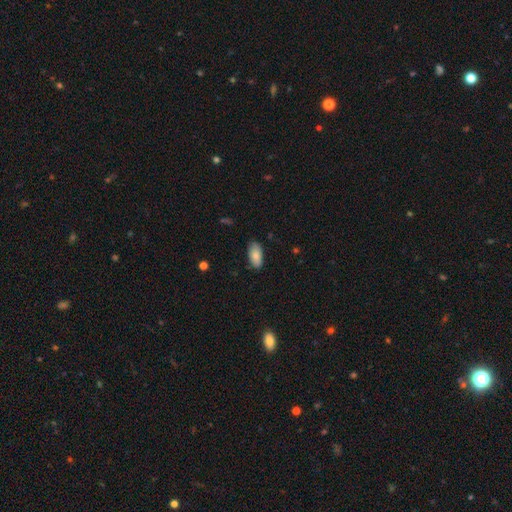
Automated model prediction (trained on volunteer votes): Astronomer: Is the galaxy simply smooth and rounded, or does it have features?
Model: smooth — 84%.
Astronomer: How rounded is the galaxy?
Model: in between — 94%.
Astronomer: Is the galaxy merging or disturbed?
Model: none — 81%.